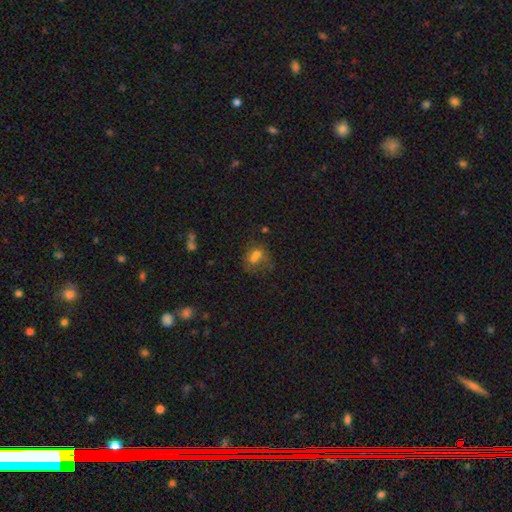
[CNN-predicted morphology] Smooth or featured? smooth (58%)
How rounded? in between (51%)
Merging? merger (46%)